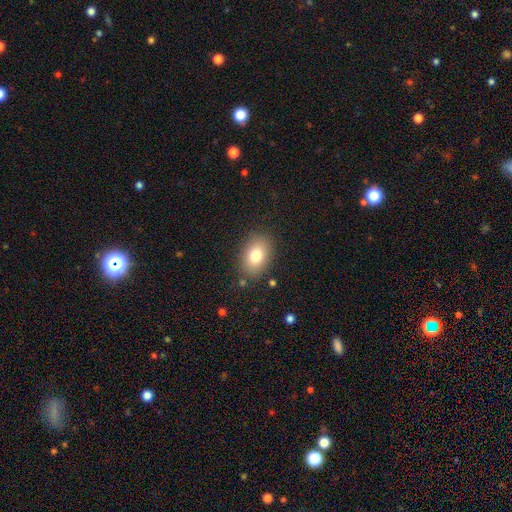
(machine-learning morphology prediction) Smooth or featured? smooth (78%)
How rounded? in between (80%)
Merging? none (84%)